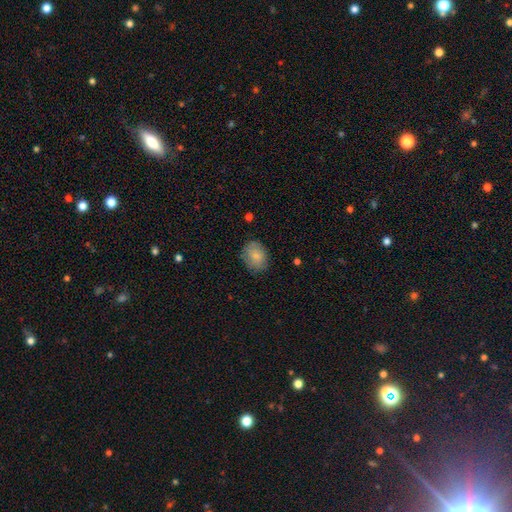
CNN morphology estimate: Overall: smooth (82%). How rounded: in between (61%; round 38%). Merging: none (79%).